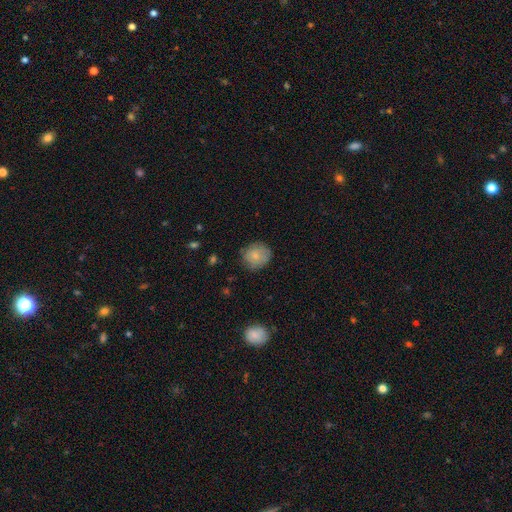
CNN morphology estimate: Overall: smooth (78%). How rounded: round (83%). Merging: none (75%).